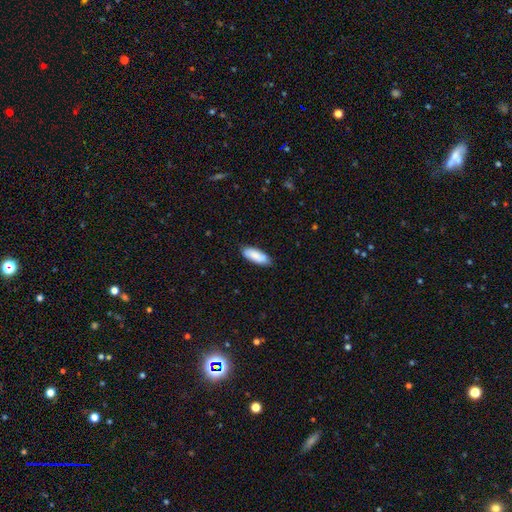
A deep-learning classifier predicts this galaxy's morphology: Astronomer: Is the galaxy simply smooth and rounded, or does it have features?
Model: smooth — 86%.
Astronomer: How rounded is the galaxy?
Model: in between — 71%.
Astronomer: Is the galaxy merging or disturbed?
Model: none — 83%.